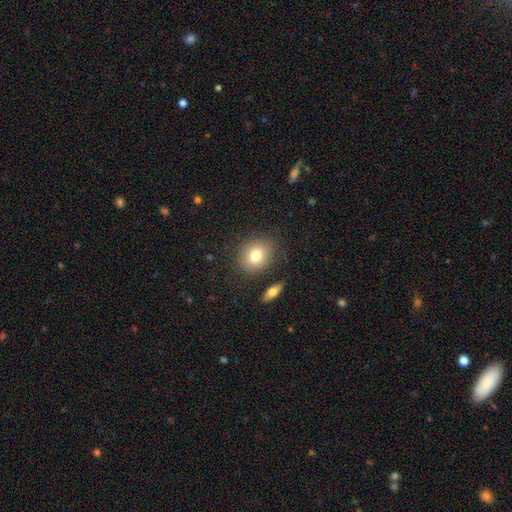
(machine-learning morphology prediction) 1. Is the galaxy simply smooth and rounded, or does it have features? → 79% smooth, 12% featured or disk, 9% star or artifact.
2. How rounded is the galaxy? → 55% round, 44% in between, 1% cigar-shaped.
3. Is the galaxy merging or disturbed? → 81% none, 11% minor disturbance, 4% merger, 4% major disturbance.